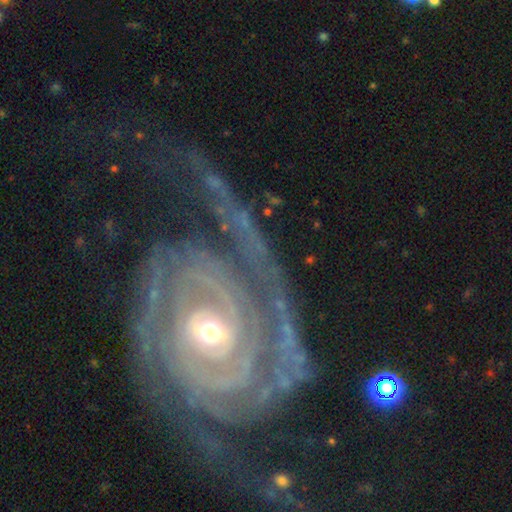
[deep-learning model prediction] A featured or disk galaxy (87%) with no bar (44%), 2 (32%) tight (68%) spiral arms (92%) and a moderate central bulge (52%). Merging: none (61%).